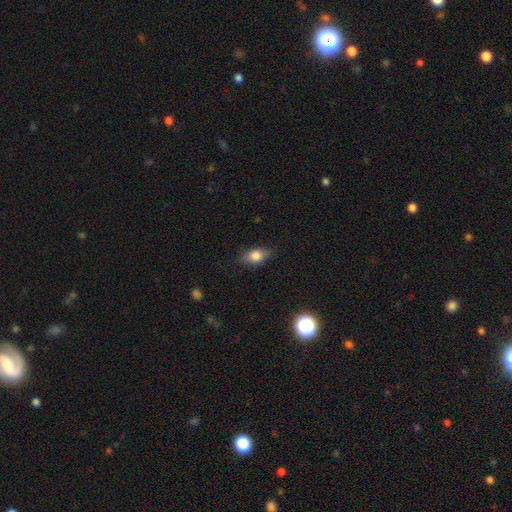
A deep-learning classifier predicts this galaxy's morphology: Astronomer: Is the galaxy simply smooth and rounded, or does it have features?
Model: smooth — 81%.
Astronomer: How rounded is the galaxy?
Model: in between — 82%.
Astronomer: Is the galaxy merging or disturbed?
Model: none — 82%.